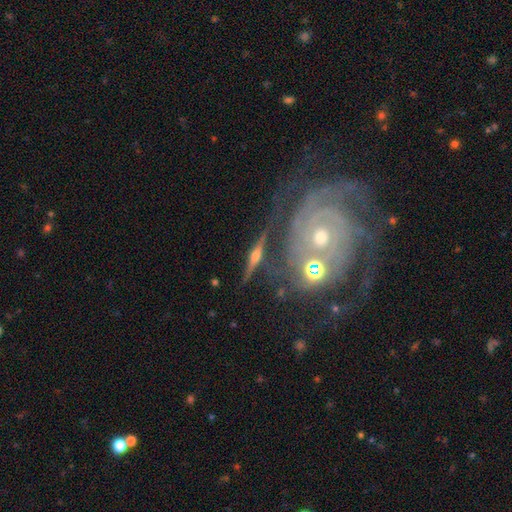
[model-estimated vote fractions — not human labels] smooth-or-featured: featured or disk: 74% | smooth: 15% | star or artifact: 11%
  disk-edge-on: yes: 91% | no: 9%
    edge-on-bulge: rounded: 90% | boxy: 6% | none: 4%
  merging: none: 73% | minor disturbance: 14% | merger: 6% | major disturbance: 6%